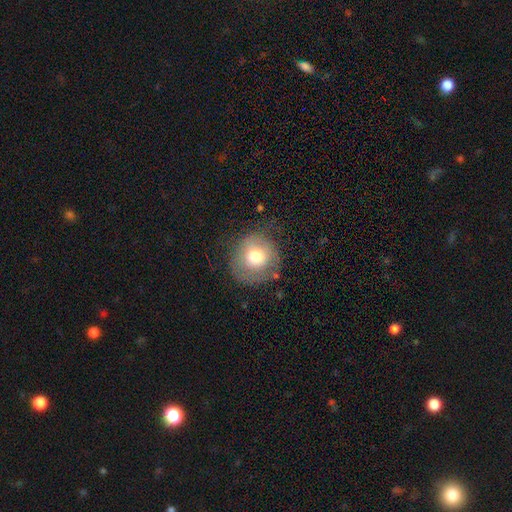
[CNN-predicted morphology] Smooth or featured? Predicted: smooth (p=0.69). How rounded? Predicted: round (p=0.89). Merging? Predicted: none (p=0.61).